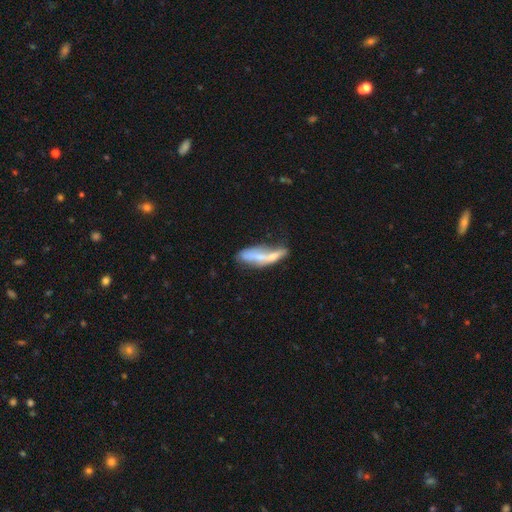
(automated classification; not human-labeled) The model was most divided on "how rounded": cigar-shaped: 50%, in between: 47%, round: 3%. Remaining: smooth or featured — smooth (53%); merging — merger (36%).